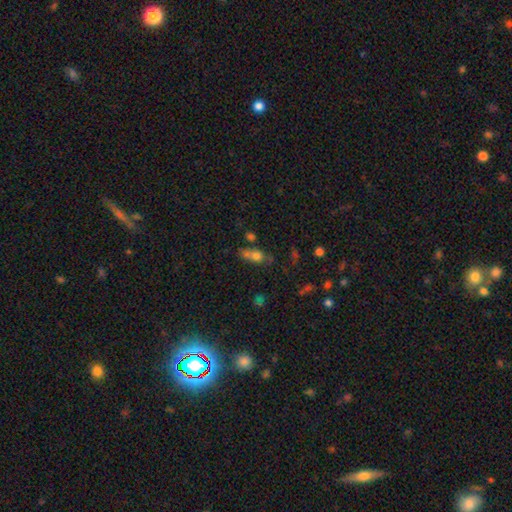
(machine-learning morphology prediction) Overall: smooth (69%). How rounded: in between (61%; round 31%). Merging: merger (38%; none 34%).